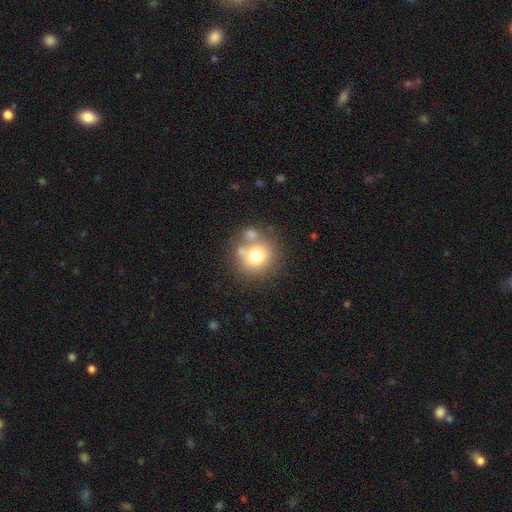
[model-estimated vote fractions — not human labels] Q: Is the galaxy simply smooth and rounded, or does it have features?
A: smooth — 72%.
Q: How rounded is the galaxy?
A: round — 86%.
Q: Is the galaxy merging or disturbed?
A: none — 61%.